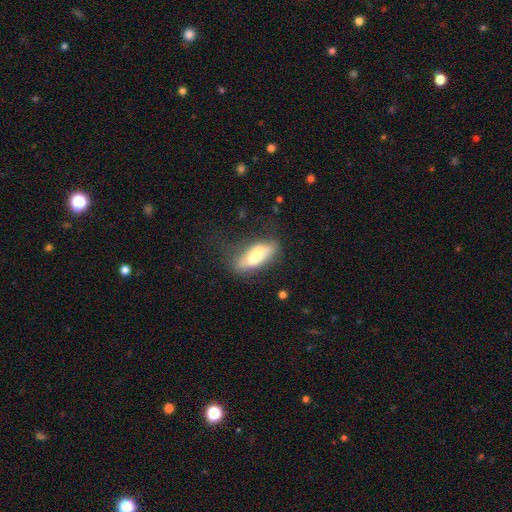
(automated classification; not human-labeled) Overall: smooth (57%; featured or disk 36%). How rounded: in between (69%). Merging: none (59%; minor disturbance 26%).